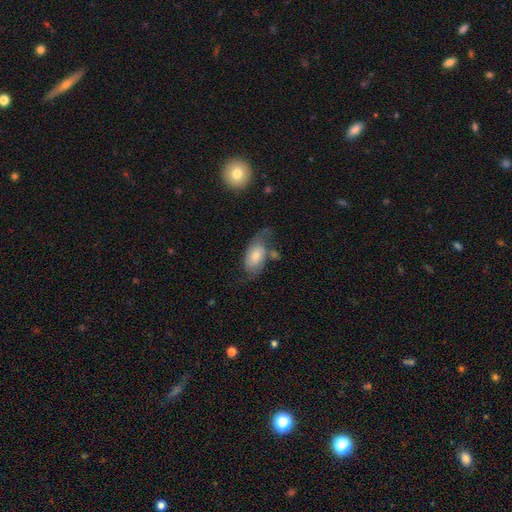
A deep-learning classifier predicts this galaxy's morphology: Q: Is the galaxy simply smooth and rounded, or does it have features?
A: smooth — 48%.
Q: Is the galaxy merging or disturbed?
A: none — 38%.